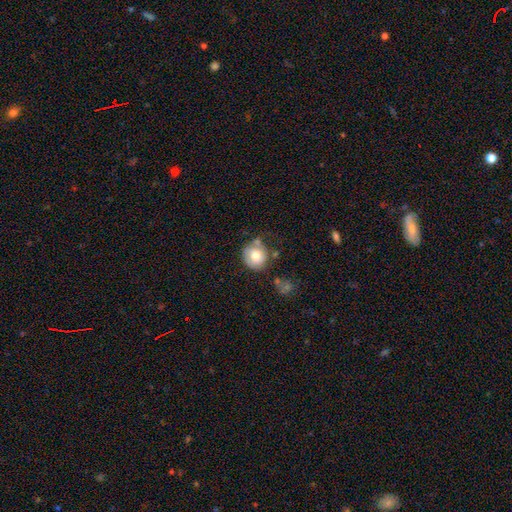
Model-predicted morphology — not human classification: smooth_or_featured: smooth (p=0.73) [alt: featured or disk p=0.19]
how_rounded: round (p=0.84) [alt: in between p=0.15]
merging: none (p=0.57) [alt: minor disturbance p=0.24]